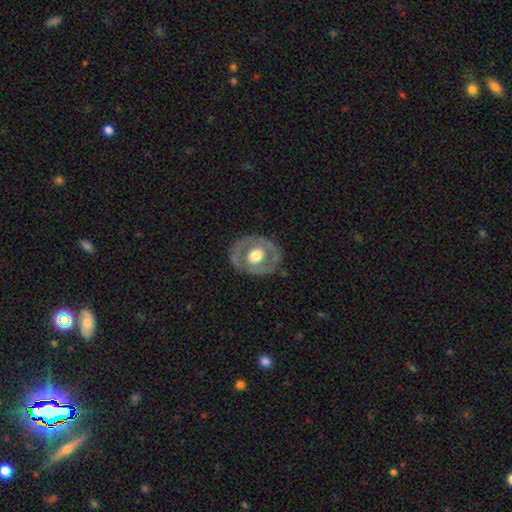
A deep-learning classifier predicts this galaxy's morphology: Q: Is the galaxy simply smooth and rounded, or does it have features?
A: featured or disk — 58%.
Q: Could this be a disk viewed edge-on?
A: no — 95%.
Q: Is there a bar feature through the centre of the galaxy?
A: no — 80%.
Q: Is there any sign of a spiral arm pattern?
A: no — 81%.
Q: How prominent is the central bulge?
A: moderate — 50%.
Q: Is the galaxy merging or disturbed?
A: none — 77%.